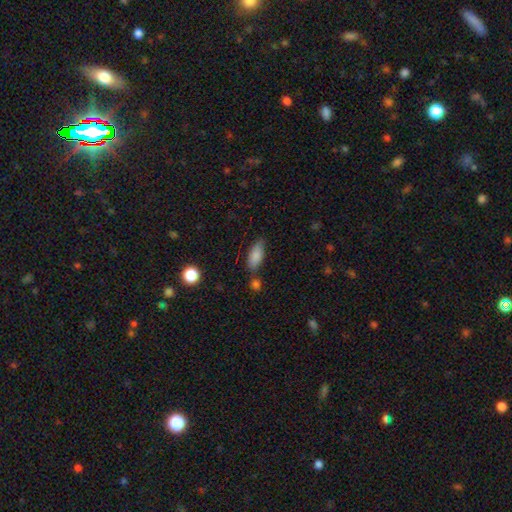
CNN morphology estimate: Smooth or featured?
  - smooth: 84% *
  - featured or disk: 8%
  - star or artifact: 8%
How rounded?
  - in between: 83% *
  - cigar-shaped: 15%
  - round: 3%
Merging?
  - none: 63% *
  - minor disturbance: 19%
  - merger: 12%
  - major disturbance: 5%